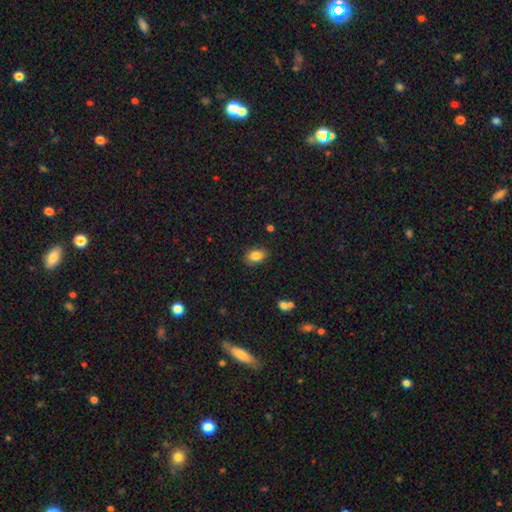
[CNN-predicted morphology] A smooth galaxy with no disk features (84%) that is in between round and cigar-shaped (82%). Merging: none (87%).